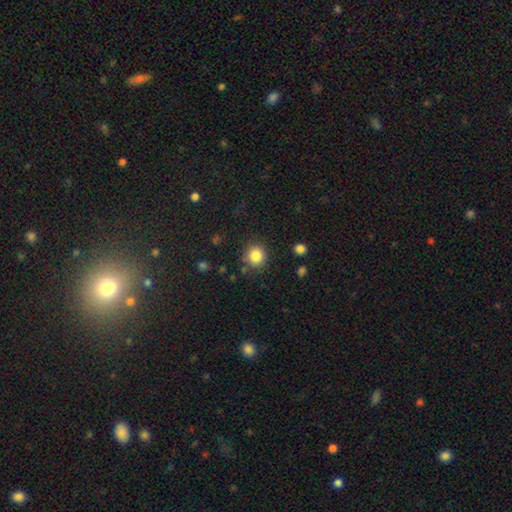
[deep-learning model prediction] Morphology: type=smooth (85%); roundness=round (89%); merging=none (85%).